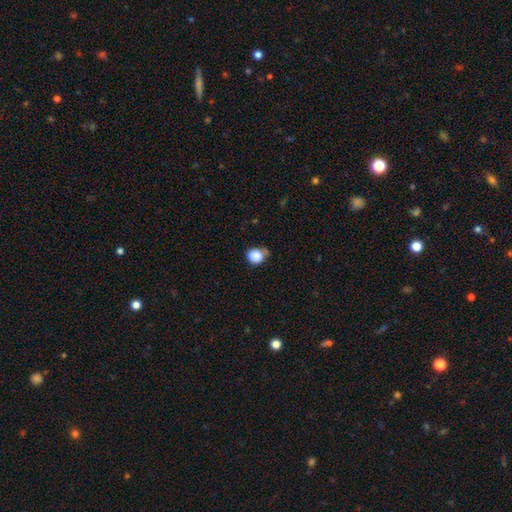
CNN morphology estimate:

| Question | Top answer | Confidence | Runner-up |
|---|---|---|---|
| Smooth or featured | smooth | 86% | star or artifact (9%) |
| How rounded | round | 70% | in between (29%) |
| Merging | none | 54% | minor disturbance (32%) |